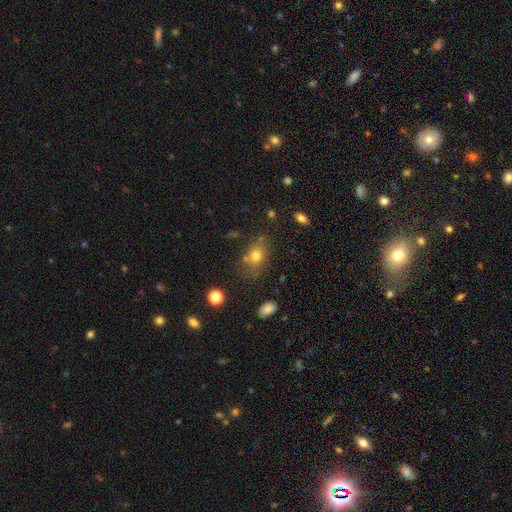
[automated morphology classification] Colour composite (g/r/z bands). It shows a smooth galaxy with no disk features (76%) that is in between round and cigar-shaped (62%). Merging: none (68%).